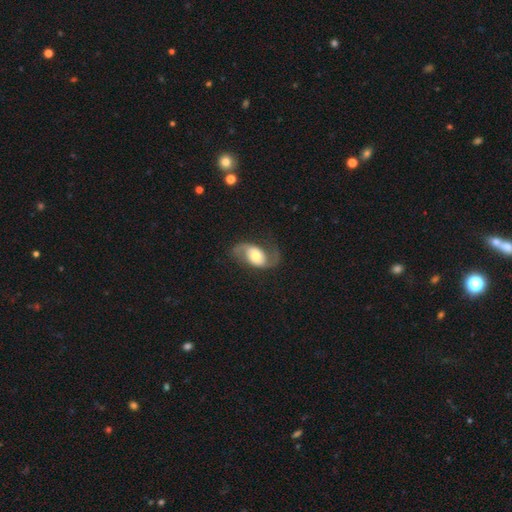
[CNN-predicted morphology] This appears to be a featured or disk galaxy (77%) with no bar (63%), 2 (90%) loose (52%) spiral arms (91%) and a moderate central bulge (61%). Merging: none (67%).